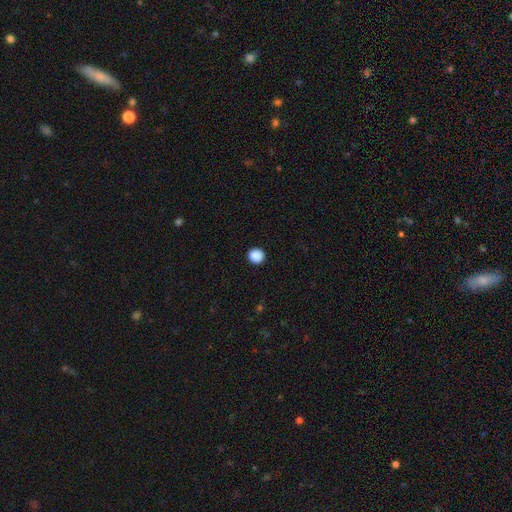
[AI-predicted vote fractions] This appears to be a smooth galaxy with no disk features (89%) that is round (92%). Merging: none (92%).